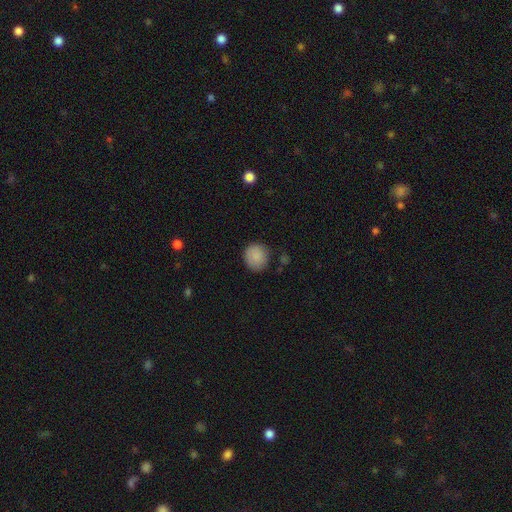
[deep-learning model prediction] This appears to be a smooth galaxy with no disk features (87%) that is round (87%). Merging: none (82%).